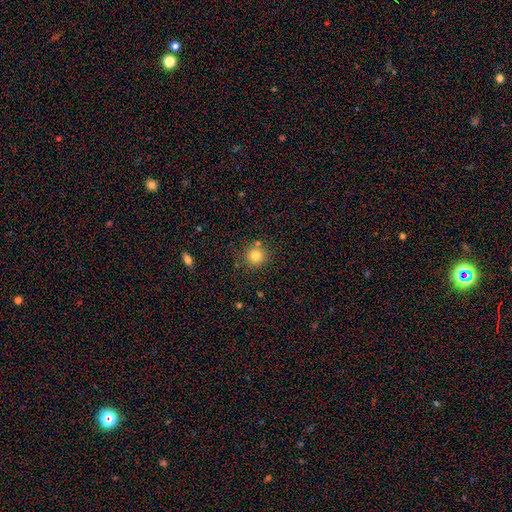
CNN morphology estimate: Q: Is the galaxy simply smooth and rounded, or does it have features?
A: smooth — 80%.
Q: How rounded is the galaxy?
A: round — 93%.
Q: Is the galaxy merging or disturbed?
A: none — 82%.